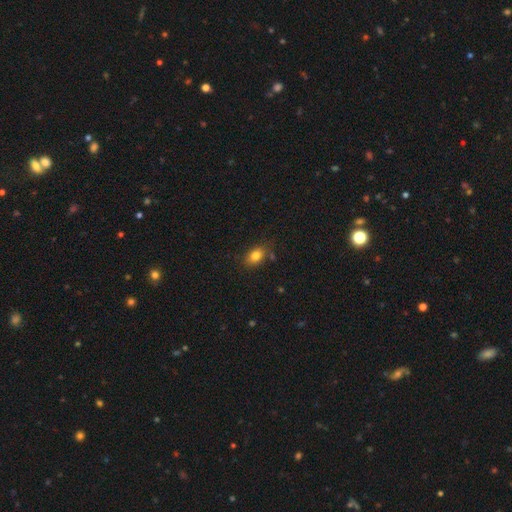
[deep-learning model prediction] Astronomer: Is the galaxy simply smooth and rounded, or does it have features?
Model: smooth — 82%.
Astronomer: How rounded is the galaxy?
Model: in between — 78%.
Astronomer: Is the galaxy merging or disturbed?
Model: none — 78%.